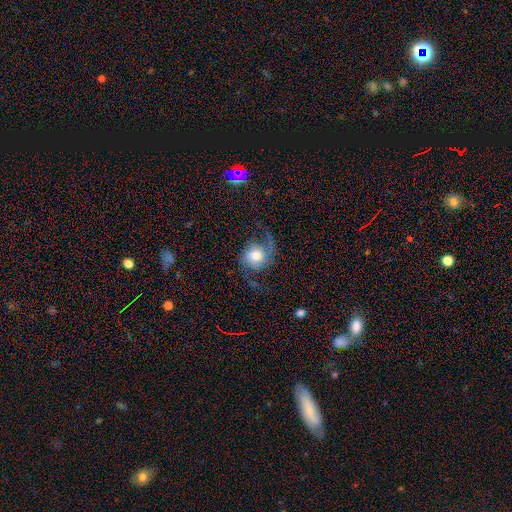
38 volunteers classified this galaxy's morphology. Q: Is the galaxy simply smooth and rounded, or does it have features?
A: featured or disk — 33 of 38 (87%).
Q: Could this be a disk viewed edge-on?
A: no — 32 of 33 (97%).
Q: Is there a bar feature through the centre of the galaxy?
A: no — 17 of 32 (53%).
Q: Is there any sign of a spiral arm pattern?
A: yes — 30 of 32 (94%).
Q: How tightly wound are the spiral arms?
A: loose — 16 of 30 (53%).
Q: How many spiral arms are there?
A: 2 — 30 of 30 (100%).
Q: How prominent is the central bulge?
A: large — 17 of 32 (53%).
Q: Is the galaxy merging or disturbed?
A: none — 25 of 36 (69%).